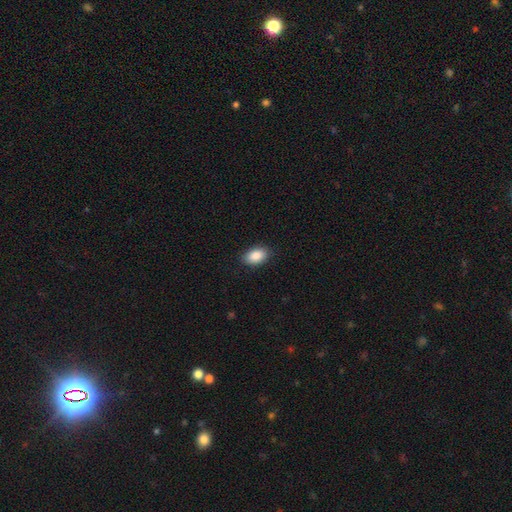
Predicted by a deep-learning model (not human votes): Smooth or featured?
  - smooth: 89% *
  - star or artifact: 7%
  - featured or disk: 4%
How rounded?
  - in between: 90% *
  - round: 8%
  - cigar-shaped: 1%
Merging?
  - none: 88% *
  - minor disturbance: 9%
  - major disturbance: 2%
  - merger: 1%